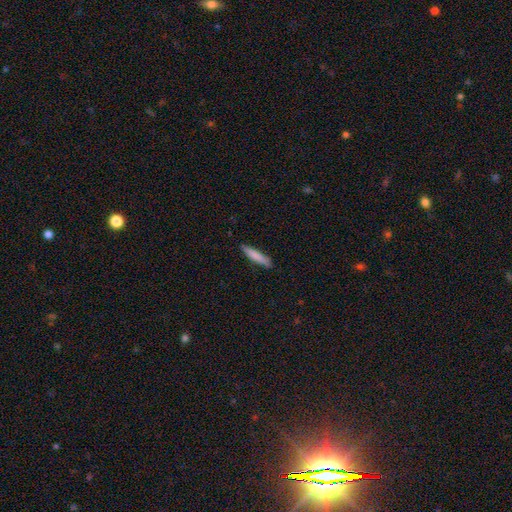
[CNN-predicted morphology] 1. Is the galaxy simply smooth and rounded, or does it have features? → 80% smooth, 14% featured or disk, 6% star or artifact.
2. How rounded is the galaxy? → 88% cigar-shaped, 11% in between, 1% round.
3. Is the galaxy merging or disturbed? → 86% none, 11% minor disturbance, 2% major disturbance, 1% merger.